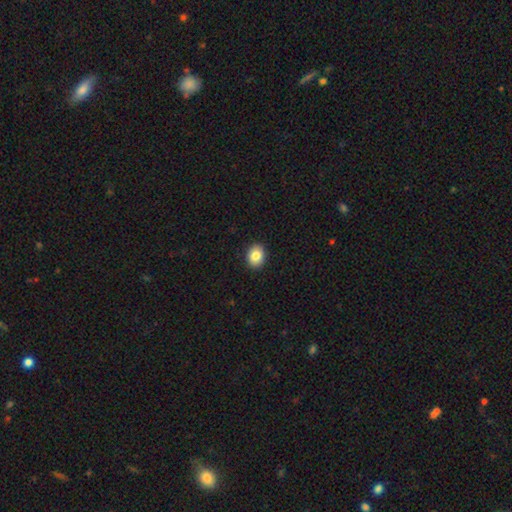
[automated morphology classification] smooth-or-featured: smooth: 84% | star or artifact: 9% | featured or disk: 7%
  how-rounded: in between: 54% | round: 45% | cigar-shaped: 1%
  merging: none: 91% | minor disturbance: 6% | major disturbance: 2% | merger: 1%